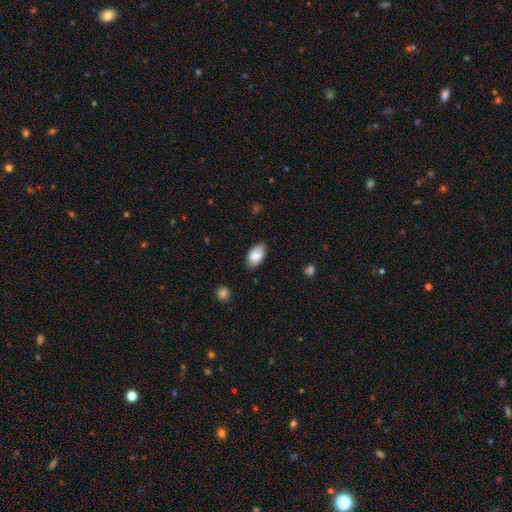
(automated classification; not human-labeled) Smooth or featured? Predicted: smooth (p=0.83). How rounded? Predicted: in between (p=0.94). Merging? Predicted: none (p=0.82).